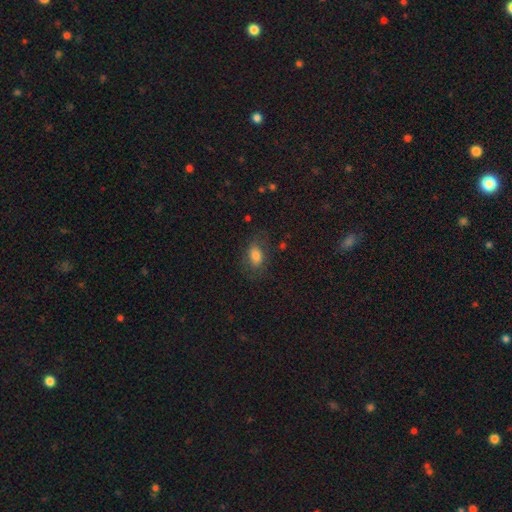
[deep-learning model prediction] smooth_or_featured: smooth (p=0.78) [alt: featured or disk p=0.12]
how_rounded: in between (p=0.83) [alt: round p=0.14]
merging: none (p=0.69) [alt: minor disturbance p=0.19]